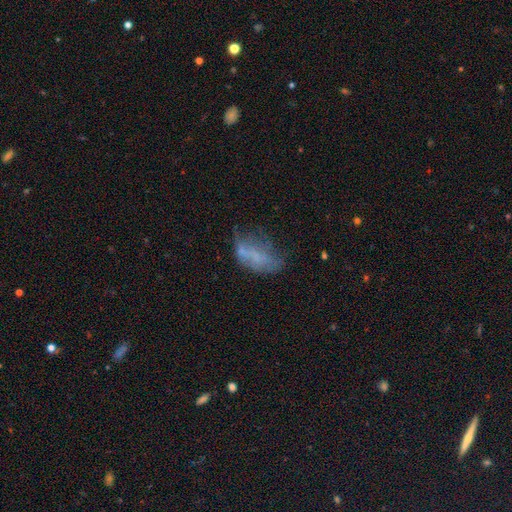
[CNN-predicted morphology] A smooth galaxy with no disk features (45%). Merging: none (36%).